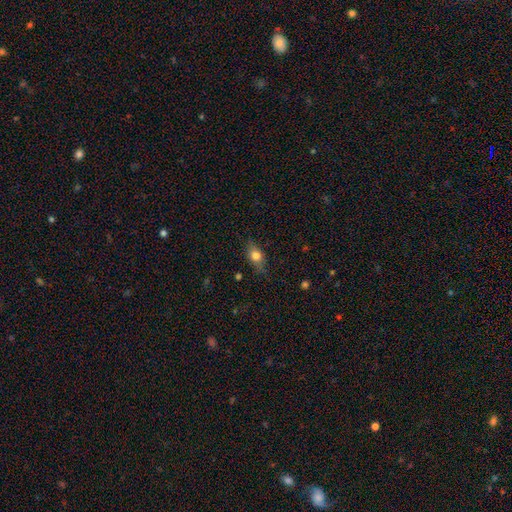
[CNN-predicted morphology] Smooth or featured: smooth — 71% (featured or disk — 20%)
How rounded: in between — 73% (round — 16%)
Merging: none — 77% (minor disturbance — 18%)